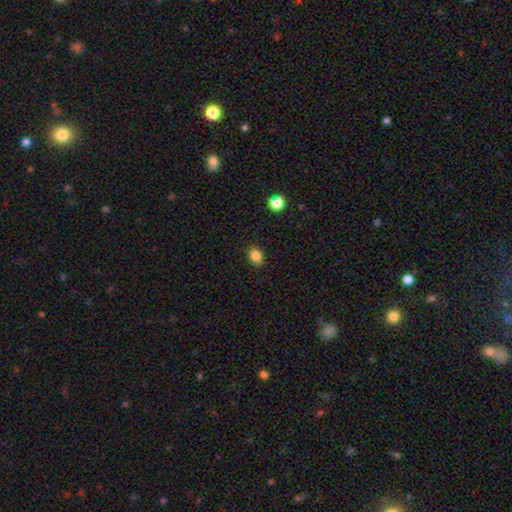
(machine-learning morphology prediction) Smooth or featured?
  - smooth: 85% *
  - star or artifact: 11%
  - featured or disk: 4%
How rounded?
  - in between: 65% *
  - round: 34%
  - cigar-shaped: 1%
Merging?
  - none: 86% *
  - minor disturbance: 11%
  - major disturbance: 2%
  - merger: 1%